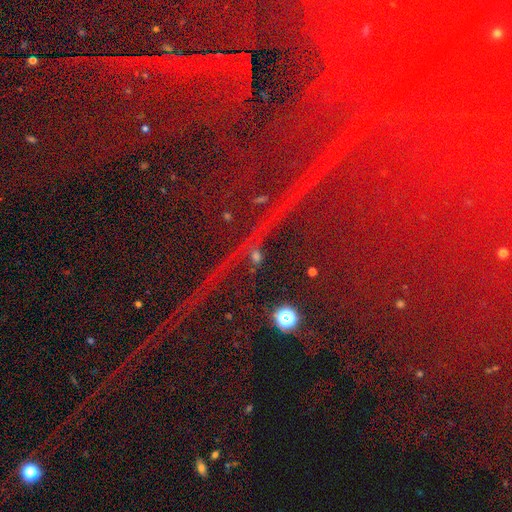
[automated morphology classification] Smooth or featured? Predicted: star or artifact (p=0.69).